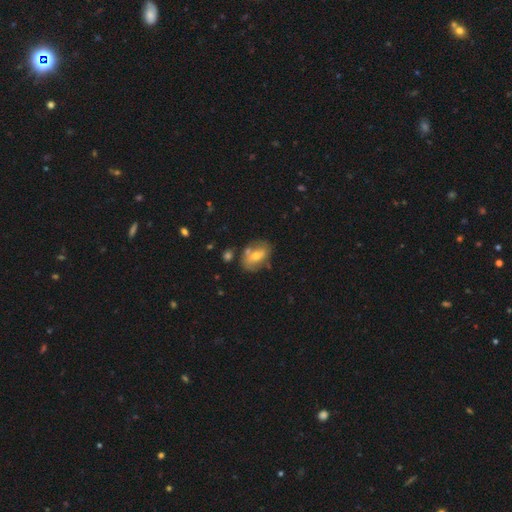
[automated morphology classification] smooth 48%, featured or disk 44%, star or artifact 8%. Down the decision tree: merging — none (63%).